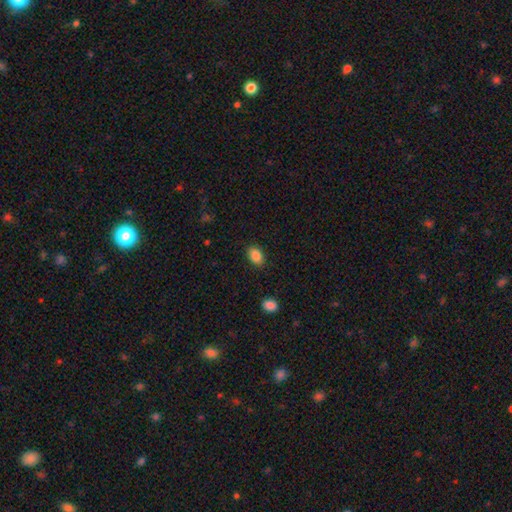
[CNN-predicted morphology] smooth-or-featured: smooth: 88% | star or artifact: 8% | featured or disk: 4%
  how-rounded: in between: 85% | round: 13% | cigar-shaped: 1%
  merging: none: 87% | minor disturbance: 9% | major disturbance: 3% | merger: 1%